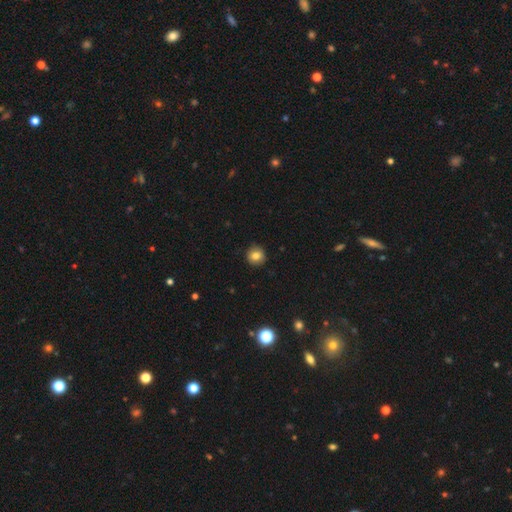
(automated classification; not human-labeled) Smooth or featured: smooth — 82% (star or artifact — 11%)
How rounded: round — 91% (in between — 8%)
Merging: none — 89% (minor disturbance — 8%)